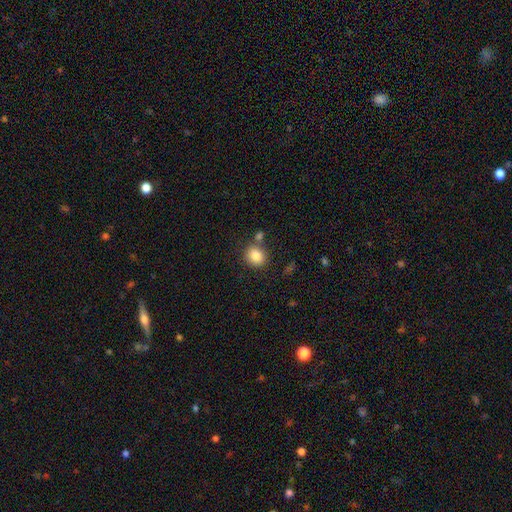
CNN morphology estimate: A smooth galaxy with no disk features (85%) that is round (75%).

Vote fractions:
- Smooth or featured? smooth: 85% / star or artifact: 9% / featured or disk: 6%
- How rounded? round: 75% / in between: 24% / cigar-shaped: 1%
- Merging? none: 73% / merger: 12% / minor disturbance: 11% / major disturbance: 4%